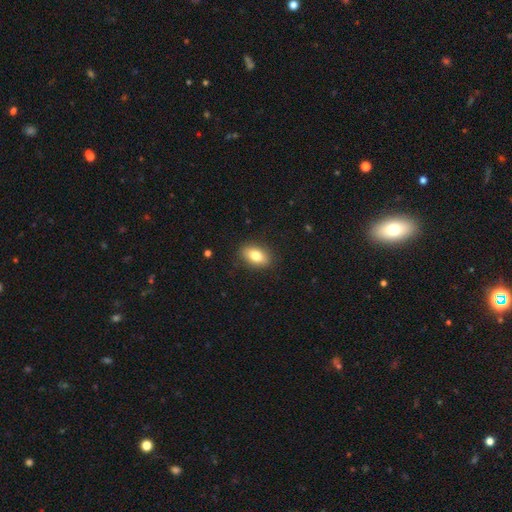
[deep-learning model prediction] This is clearly a smooth galaxy (80%). How rounded: clearly in between (88%). Merging: clearly none (88%).